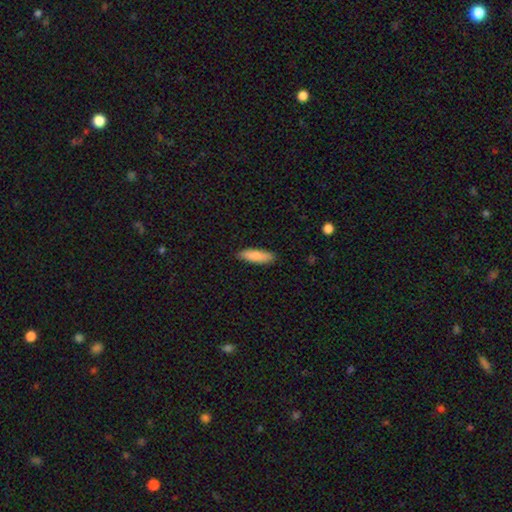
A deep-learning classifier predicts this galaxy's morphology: smooth 85%, featured or disk 10%, star or artifact 6%. Down the decision tree: how rounded — cigar-shaped (53%); merging — none (87%).